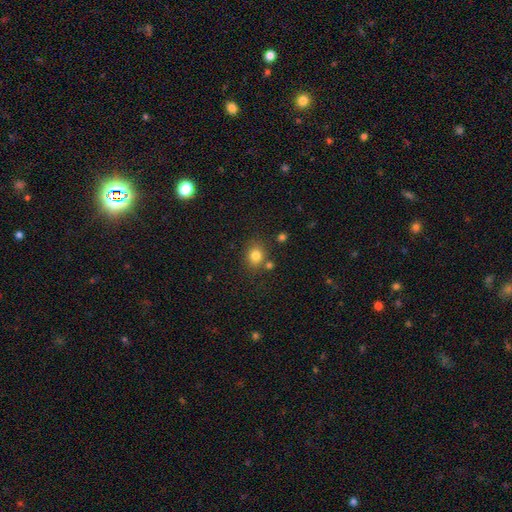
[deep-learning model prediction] This is clearly a smooth galaxy (81%). How rounded: likely round (69%). Merging: likely none (76%).